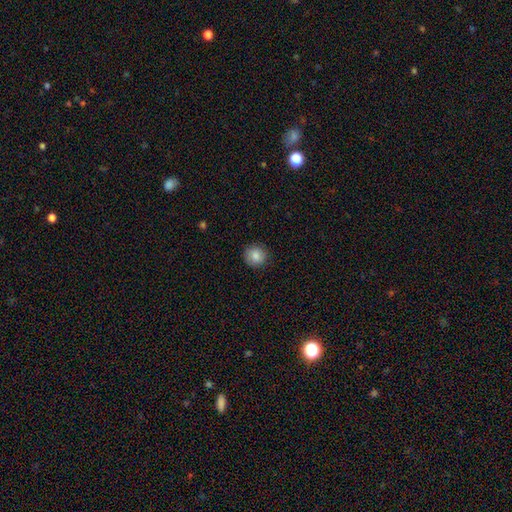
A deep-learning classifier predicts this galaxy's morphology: smooth-or-featured: smooth: 85% | star or artifact: 8% | featured or disk: 6%
  how-rounded: round: 92% | in between: 7% | cigar-shaped: 1%
  merging: none: 89% | minor disturbance: 8% | major disturbance: 2% | merger: 1%